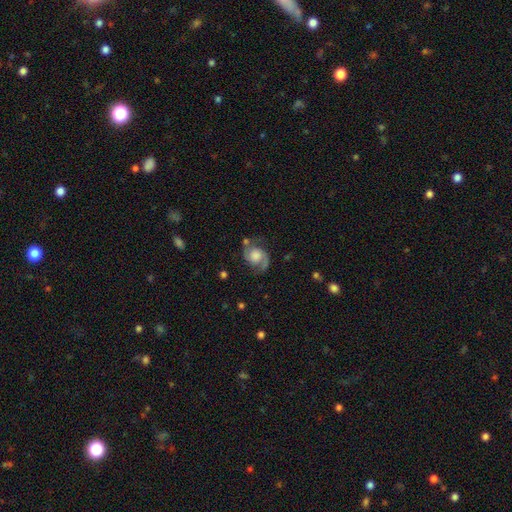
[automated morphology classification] Smooth or featured? featured or disk (83%)
Edge-on disk? no (98%)
Bar? no (68%)
Spiral arms? yes (96%)
Spiral winding? medium (53%)
Spiral arm count? 2 (92%)
Bulge size? large (36%)
Merging? none (71%)